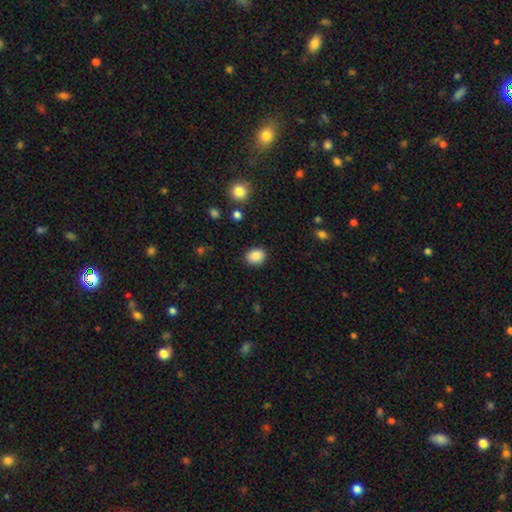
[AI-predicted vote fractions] smooth 88%, star or artifact 9%, featured or disk 4%. Down the decision tree: how rounded — in between (50%); merging — none (88%).